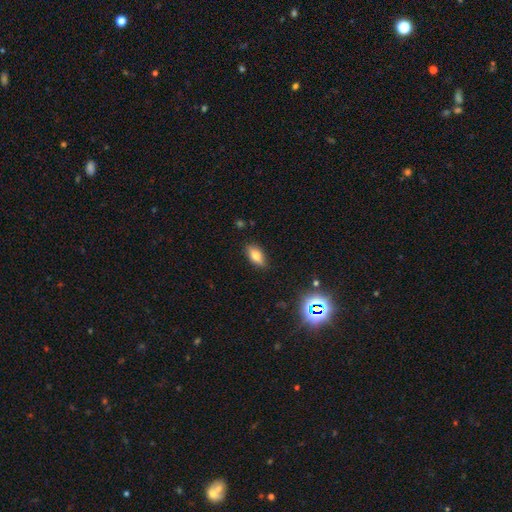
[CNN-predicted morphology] Overall: smooth (72%). How rounded: in between (83%). Merging: none (84%).